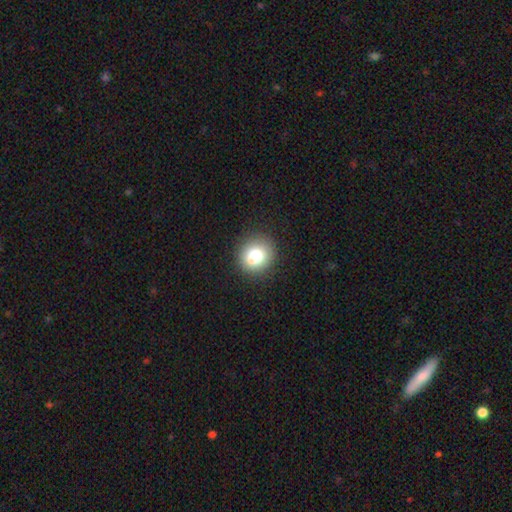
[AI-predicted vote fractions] smooth_or_featured: smooth (p=0.76) [alt: featured or disk p=0.13]
how_rounded: round (p=0.81) [alt: in between p=0.18]
merging: none (p=0.80) [alt: minor disturbance p=0.11]